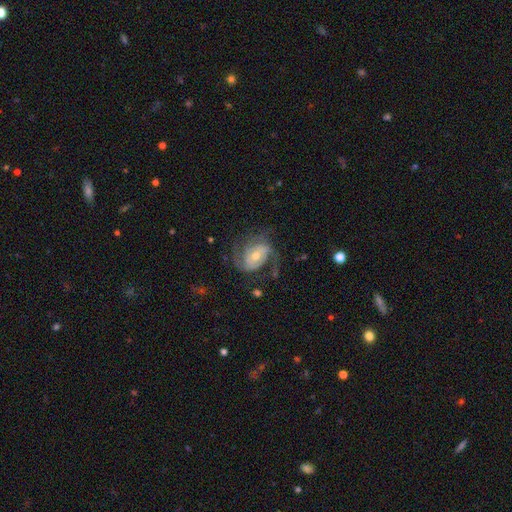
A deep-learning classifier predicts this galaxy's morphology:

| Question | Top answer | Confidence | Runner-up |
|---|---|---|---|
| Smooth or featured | featured or disk | 80% | smooth (14%) |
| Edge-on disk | no | 97% | yes (3%) |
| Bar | no | 45% | weak (40%) |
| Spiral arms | yes | 91% | no (9%) |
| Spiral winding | medium | 44% | tight (32%) |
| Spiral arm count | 2 | 53% | can't tell (17%) |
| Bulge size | moderate | 65% | small (27%) |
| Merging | none | 54% | major disturbance (24%) |